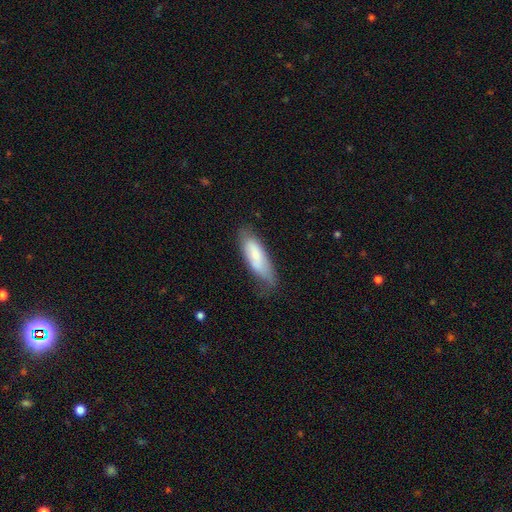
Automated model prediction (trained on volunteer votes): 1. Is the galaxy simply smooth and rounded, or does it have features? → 70% smooth, 24% featured or disk, 6% star or artifact.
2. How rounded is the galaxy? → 56% in between, 43% cigar-shaped, 2% round.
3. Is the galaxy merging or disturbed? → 52% none, 34% minor disturbance, 11% major disturbance, 2% merger.